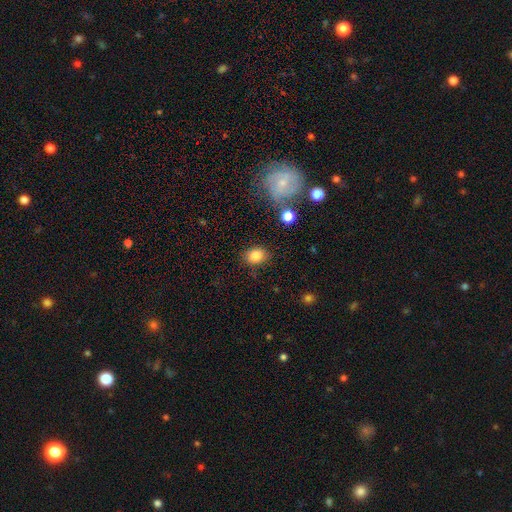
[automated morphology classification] Smooth or featured: smooth — 83% (star or artifact — 11%)
How rounded: round — 50% (in between — 49%)
Merging: none — 83% (minor disturbance — 12%)